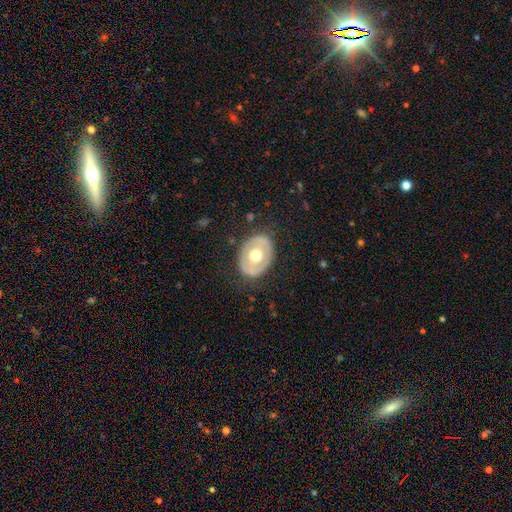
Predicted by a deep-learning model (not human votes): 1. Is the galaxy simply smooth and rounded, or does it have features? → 49% featured or disk, 46% smooth, 6% star or artifact.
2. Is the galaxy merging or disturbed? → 80% none, 14% minor disturbance, 5% major disturbance, 1% merger.